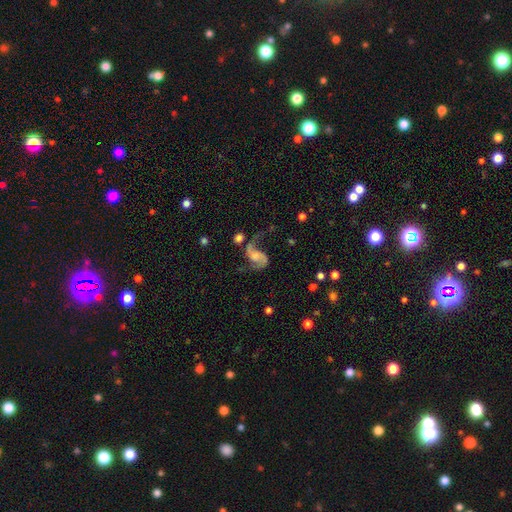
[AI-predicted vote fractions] Overall: featured or disk (83%). Edge-on disk: no (98%). Bar: no (58%; weak 32%). Spiral arms: yes (95%). Spiral arm count: 2 (88%). Spiral winding: loose (71%). Bulge size: small (34%; moderate 28%). Merging: none (45%; major disturbance 27%).